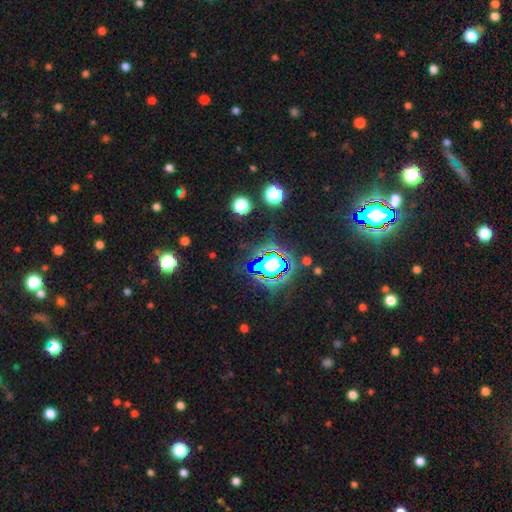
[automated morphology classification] Smooth or featured? star or artifact (82%)